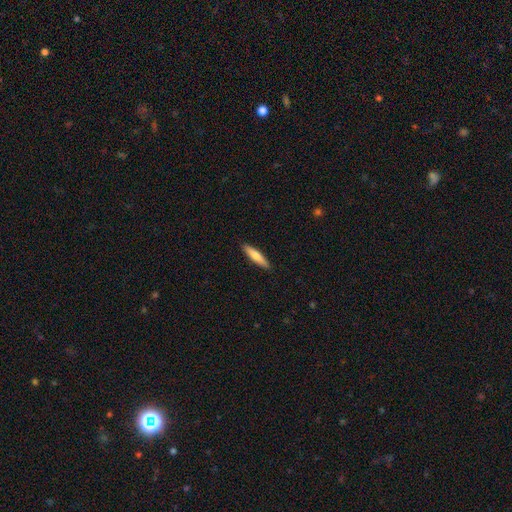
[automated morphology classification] smooth-or-featured: smooth: 72% | featured or disk: 23% | star or artifact: 5%
  how-rounded: cigar-shaped: 81% | in between: 17% | round: 1%
  merging: none: 90% | minor disturbance: 7% | major disturbance: 1% | merger: 1%